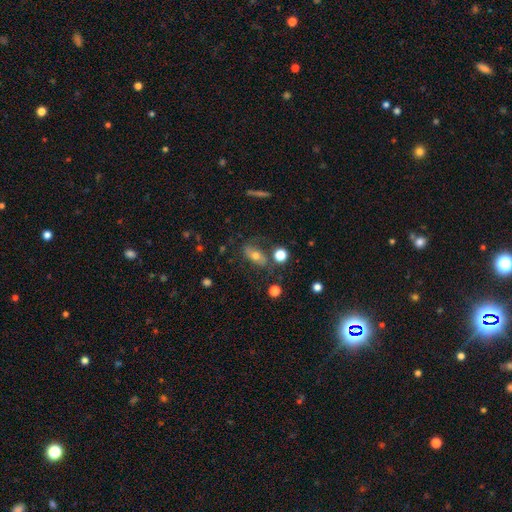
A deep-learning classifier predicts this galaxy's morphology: Q: Smooth or featured?
A: smooth (51%); runner-up: featured or disk (36%)
Q: How rounded?
A: in between (78%); runner-up: round (14%)
Q: Merging?
A: none (57%); runner-up: minor disturbance (20%)